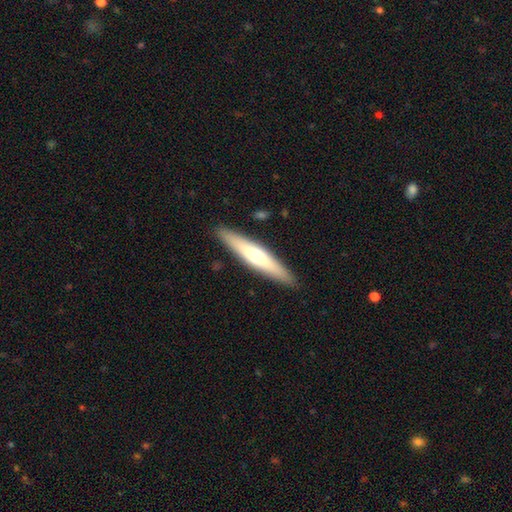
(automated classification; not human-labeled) The model was most divided on "smooth or featured": featured or disk: 48%, smooth: 47%, star or artifact: 5%. More confident: merging — none (90%).